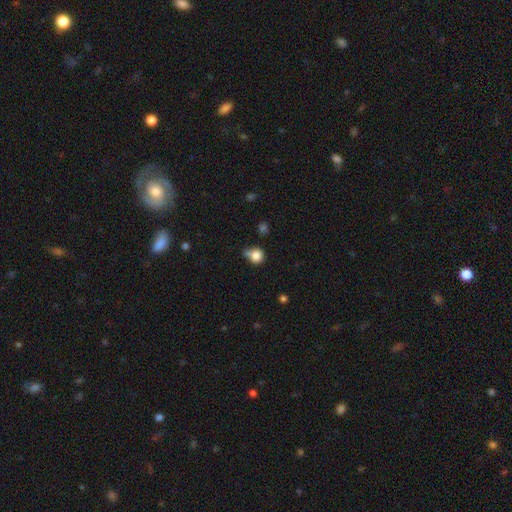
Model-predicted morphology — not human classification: smooth 82%, star or artifact 11%, featured or disk 7%. Down the decision tree: how rounded — round (83%); merging — none (48%).